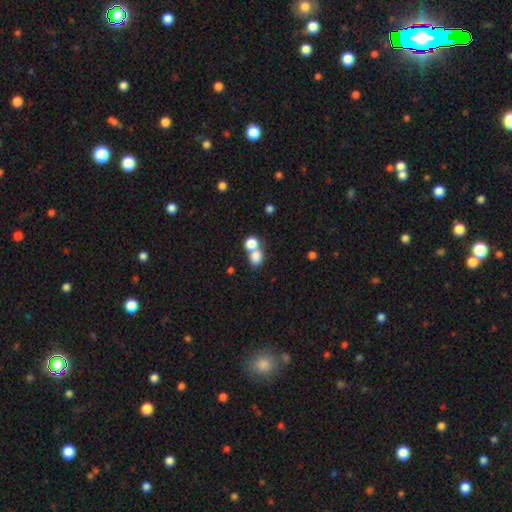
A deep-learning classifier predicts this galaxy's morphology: smooth_or_featured: smooth (p=0.79) [alt: star or artifact p=0.12]
how_rounded: round (p=0.56) [alt: in between p=0.43]
merging: merger (p=0.52) [alt: none p=0.36]